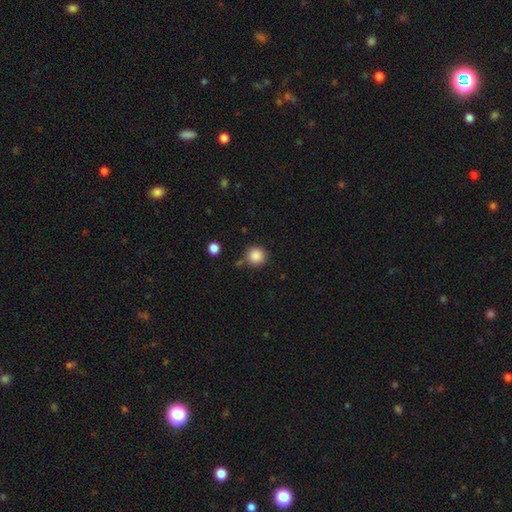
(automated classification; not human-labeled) smooth 87%, star or artifact 10%, featured or disk 3%. Down the decision tree: how rounded — round (94%); merging — none (81%).